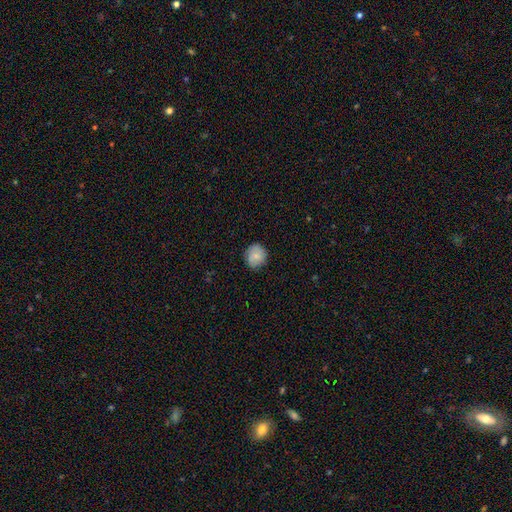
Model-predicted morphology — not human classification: Smooth or featured: smooth — 75% (featured or disk — 17%)
How rounded: round — 84% (in between — 15%)
Merging: none — 83% (minor disturbance — 14%)